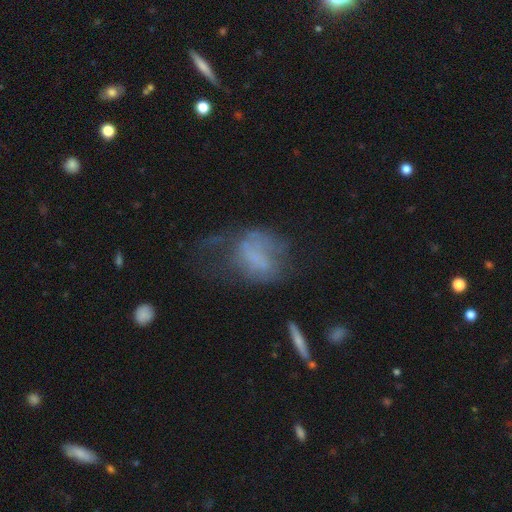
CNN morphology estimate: Smooth or featured? smooth (47%)
Merging? major disturbance (45%)